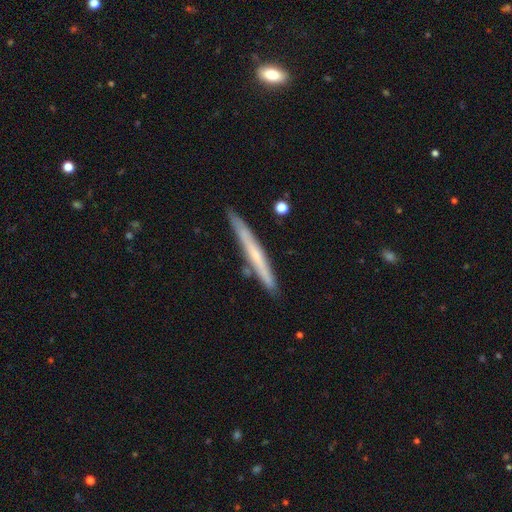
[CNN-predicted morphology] A featured or disk galaxy (50%) viewed edge-on (95%). Merging: none (86%).